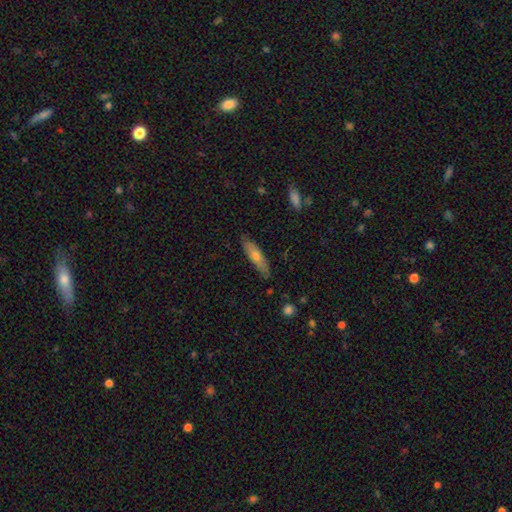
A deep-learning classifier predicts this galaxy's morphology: Q: Smooth or featured?
A: smooth (58%); runner-up: featured or disk (36%)
Q: How rounded?
A: cigar-shaped (76%); runner-up: in between (22%)
Q: Merging?
A: none (85%); runner-up: minor disturbance (12%)